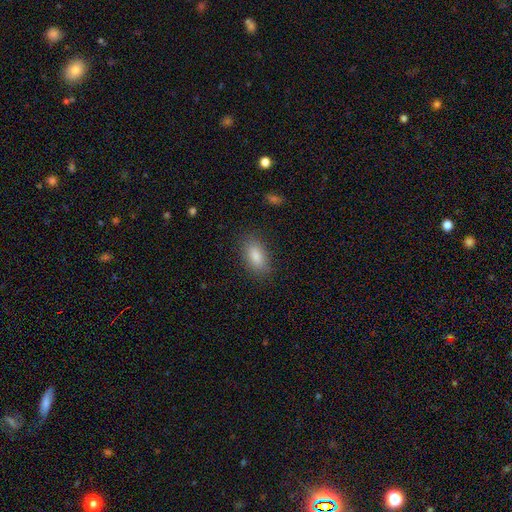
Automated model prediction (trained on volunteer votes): A smooth galaxy with no disk features (84%) that is in between round and cigar-shaped (89%).

Vote fractions:
- Smooth or featured? smooth: 84% / star or artifact: 9% / featured or disk: 7%
- How rounded? in between: 89% / cigar-shaped: 6% / round: 5%
- Merging? none: 86% / minor disturbance: 10% / major disturbance: 3% / merger: 1%